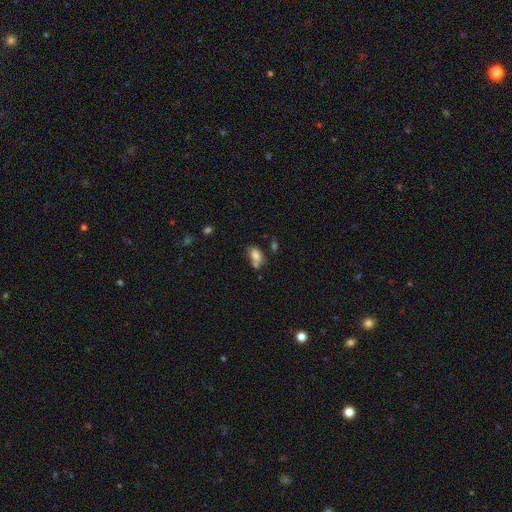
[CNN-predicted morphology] The model was most divided on "merging": none: 46%, merger: 30%, minor disturbance: 17%, major disturbance: 6%. More confident: how rounded — in between (87%); smooth or featured — smooth (78%).